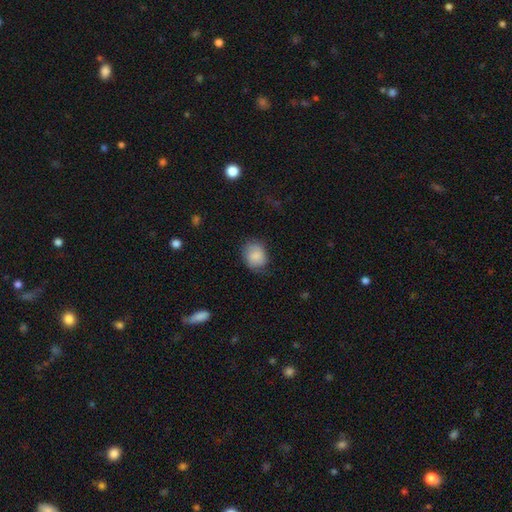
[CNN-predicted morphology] Smooth or featured?
  - smooth: 82% *
  - featured or disk: 10%
  - star or artifact: 7%
How rounded?
  - round: 53% *
  - in between: 46%
  - cigar-shaped: 1%
Merging?
  - none: 71% *
  - minor disturbance: 22%
  - major disturbance: 6%
  - merger: 1%